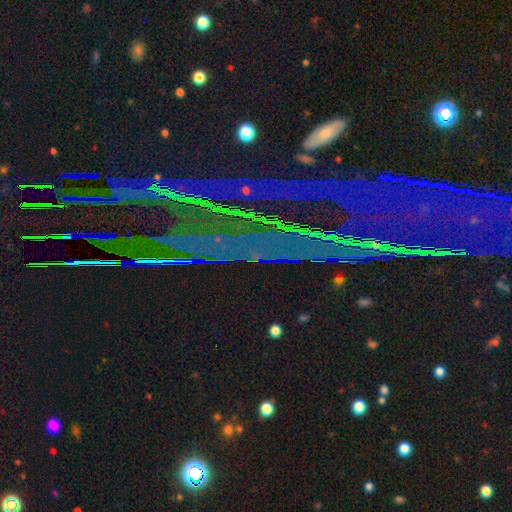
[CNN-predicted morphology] A star or artifact, not a galaxy (82%).

Vote fractions:
- Smooth or featured? star or artifact: 82% / featured or disk: 10% / smooth: 8%